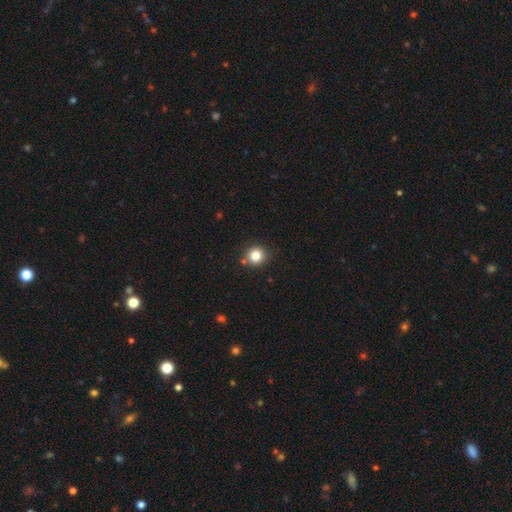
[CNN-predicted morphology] type=smooth (83%); roundness=round (92%); merging=none (85%).